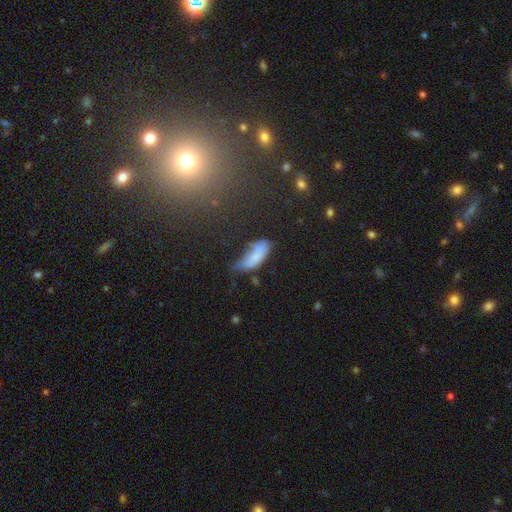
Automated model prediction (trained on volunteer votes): This appears to be a smooth galaxy with no disk features (73%) that is in between round and cigar-shaped (74%). Merging: minor disturbance (40%).